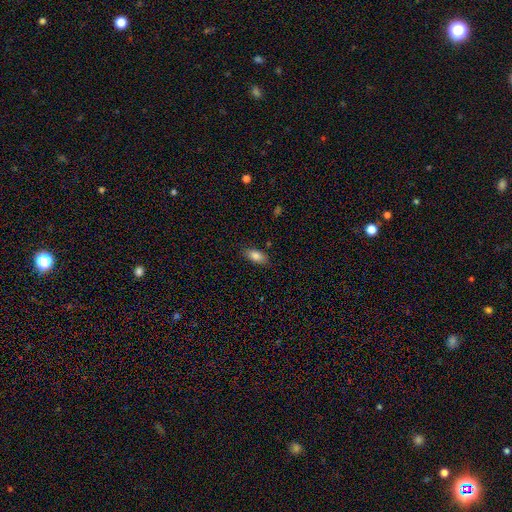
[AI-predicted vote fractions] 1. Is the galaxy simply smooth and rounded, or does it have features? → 84% smooth, 8% featured or disk, 8% star or artifact.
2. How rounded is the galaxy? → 89% in between, 8% cigar-shaped, 3% round.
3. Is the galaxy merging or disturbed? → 84% none, 12% minor disturbance, 3% major disturbance, 1% merger.